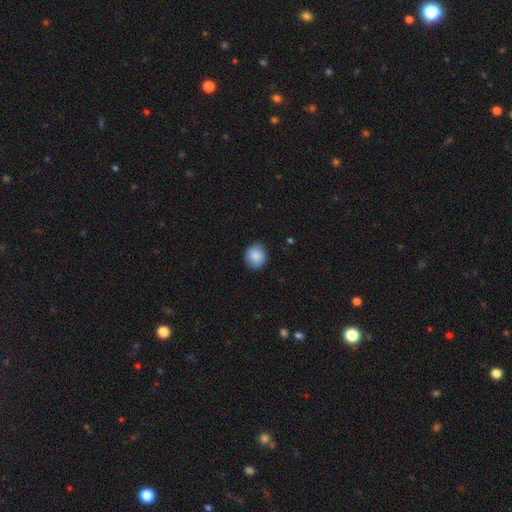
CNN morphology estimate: smooth-or-featured: smooth: 88% | star or artifact: 7% | featured or disk: 5%
  how-rounded: round: 84% | in between: 15% | cigar-shaped: 1%
  merging: none: 87% | minor disturbance: 10% | major disturbance: 2% | merger: 1%